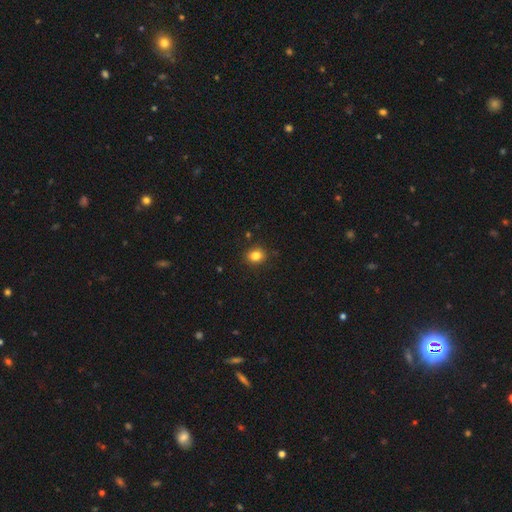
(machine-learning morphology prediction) Smooth or featured?
  - smooth: 83% *
  - star or artifact: 12%
  - featured or disk: 5%
How rounded?
  - round: 62% *
  - in between: 38%
  - cigar-shaped: 1%
Merging?
  - none: 88% *
  - minor disturbance: 8%
  - major disturbance: 2%
  - merger: 1%